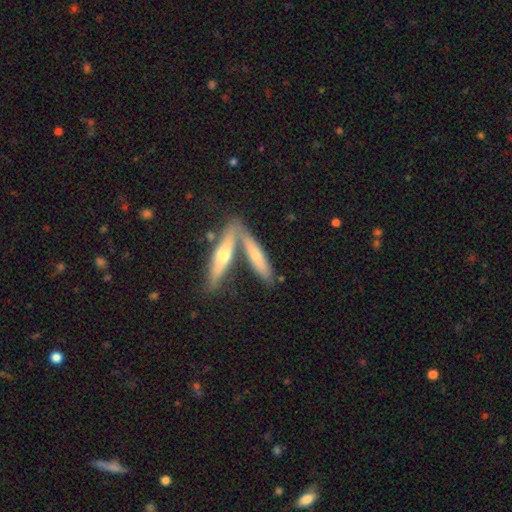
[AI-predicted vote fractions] This appears to be a smooth galaxy with no disk features (52%) that is cigar-shaped (80%). Merging: none (52%).